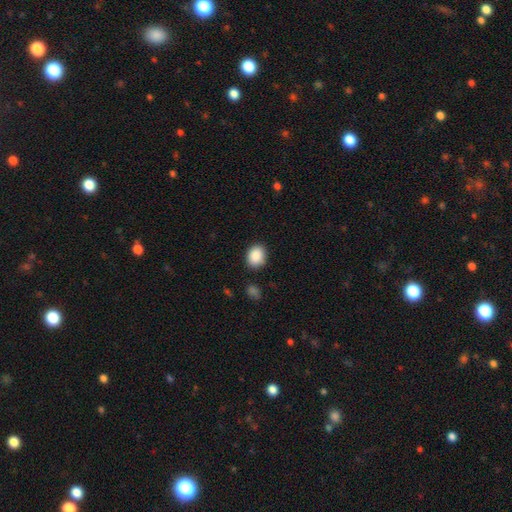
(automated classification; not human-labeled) This is clearly a smooth galaxy (89%). How rounded: possibly in between (55%). Merging: clearly none (84%).